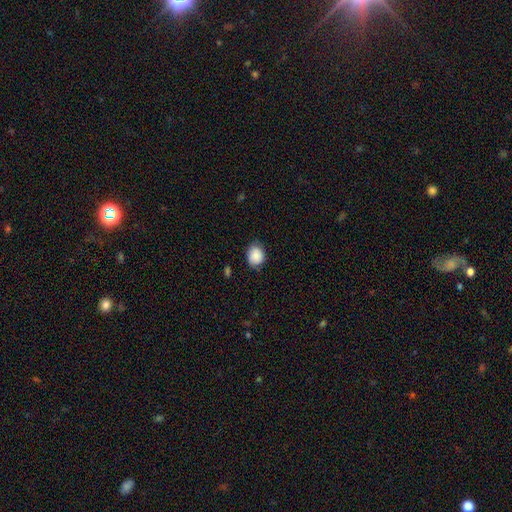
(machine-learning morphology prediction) This appears to be a smooth galaxy with no disk features (87%) that is round (50%). Merging: none (77%).